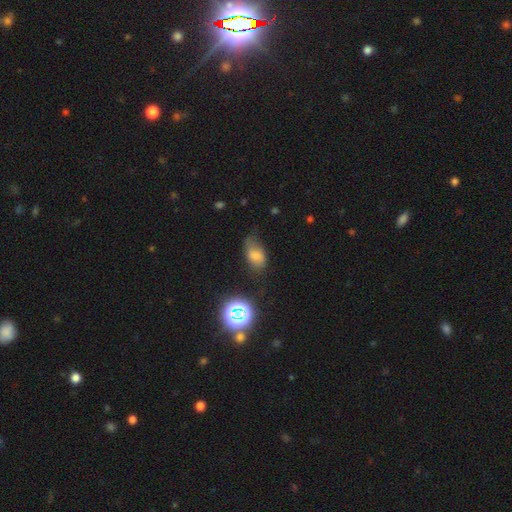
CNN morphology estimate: This appears to be a smooth galaxy with no disk features (68%) that is in between round and cigar-shaped (87%). Merging: none (48%).